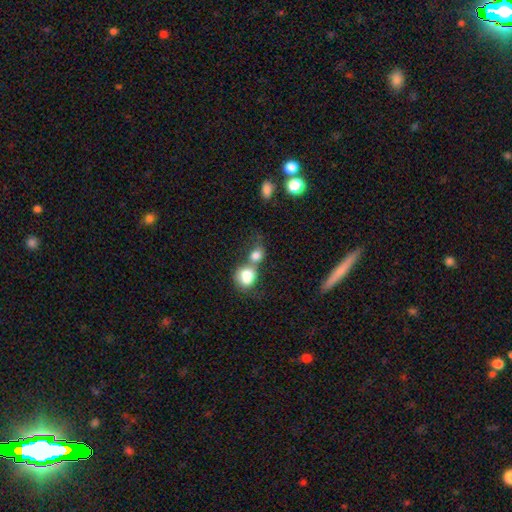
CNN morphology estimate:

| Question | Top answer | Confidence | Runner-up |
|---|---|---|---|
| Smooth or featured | smooth | 78% | featured or disk (12%) |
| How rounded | round | 63% | in between (35%) |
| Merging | merger | 62% | none (24%) |